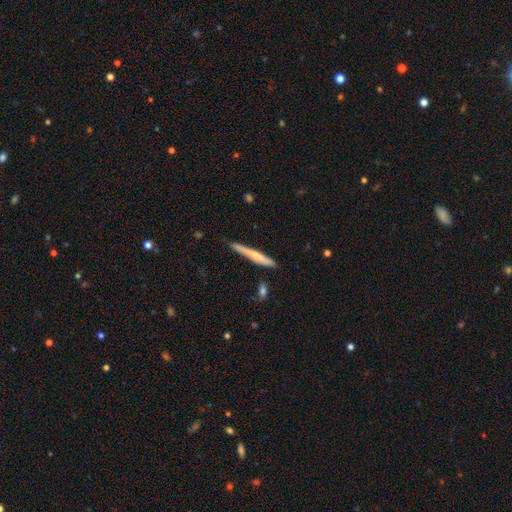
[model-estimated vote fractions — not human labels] Overall: smooth (53%; featured or disk 41%). How rounded: cigar-shaped (95%). Merging: none (74%).